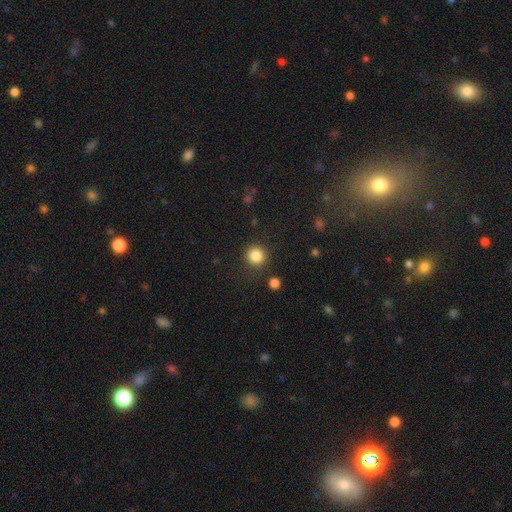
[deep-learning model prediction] Overall: smooth (85%). How rounded: round (92%). Merging: none (87%).